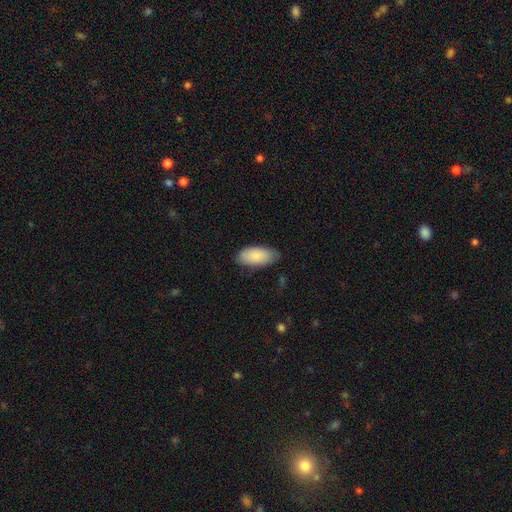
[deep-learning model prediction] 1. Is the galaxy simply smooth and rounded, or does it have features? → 85% smooth, 10% featured or disk, 6% star or artifact.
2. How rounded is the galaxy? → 92% in between, 7% cigar-shaped, 2% round.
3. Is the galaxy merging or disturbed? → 78% none, 18% minor disturbance, 3% major disturbance, 1% merger.